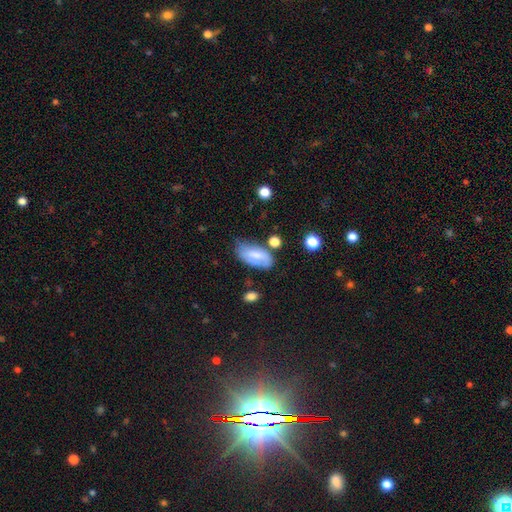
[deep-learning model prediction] smooth 61%, featured or disk 31%, star or artifact 8%. Down the decision tree: how rounded — in between (91%); merging — none (52%).